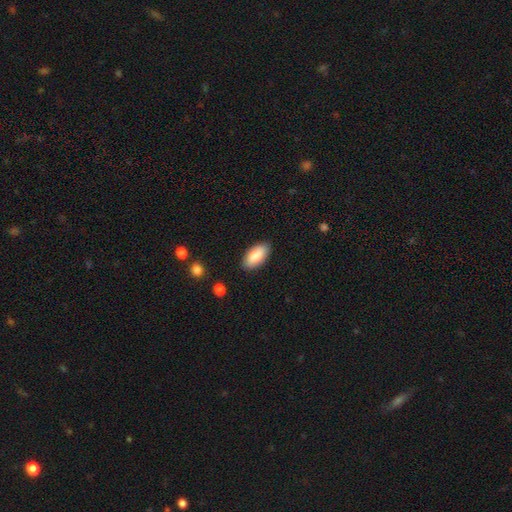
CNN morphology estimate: smooth 86%, featured or disk 8%, star or artifact 6%. Down the decision tree: how rounded — in between (92%); merging — none (87%).